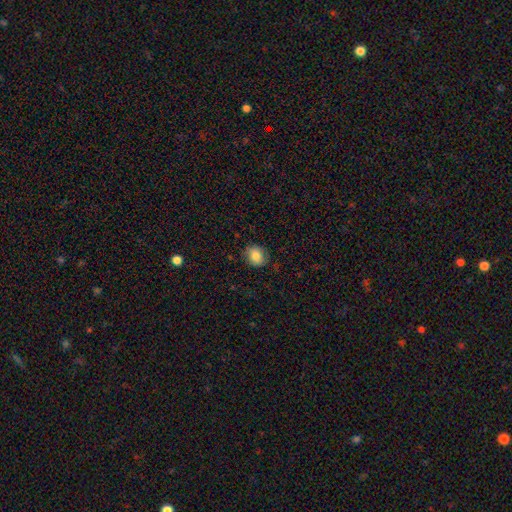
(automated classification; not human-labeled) Smooth or featured? Predicted: smooth (p=0.82). How rounded? Predicted: round (p=0.63). Merging? Predicted: none (p=0.82).